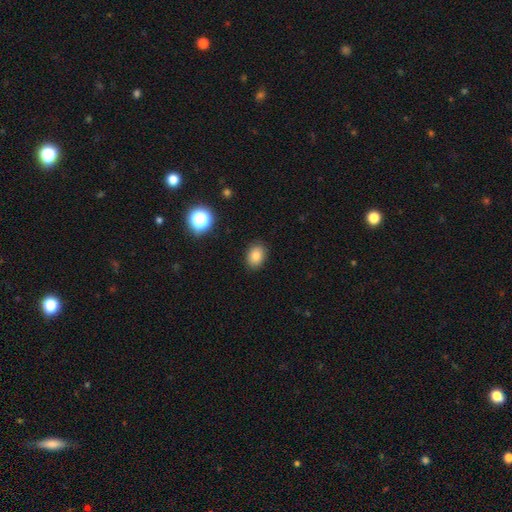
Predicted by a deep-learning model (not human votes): Morphology: type=smooth (83%); roundness=in between (70%); merging=none (88%).